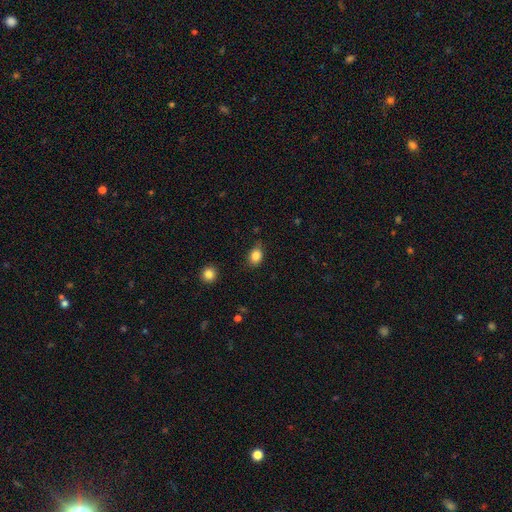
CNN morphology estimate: smooth 85%, star or artifact 10%, featured or disk 5%. Down the decision tree: how rounded — in between (65%); merging — none (71%).